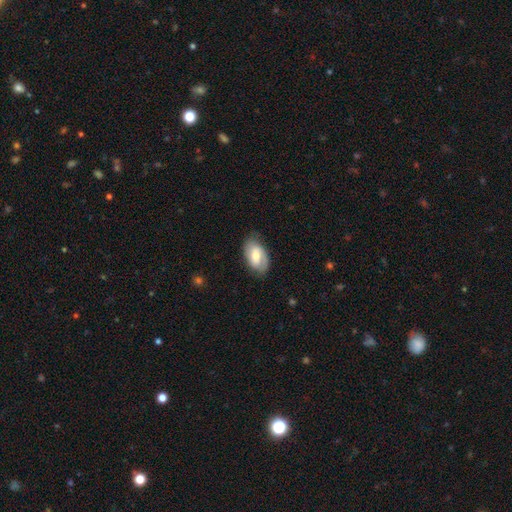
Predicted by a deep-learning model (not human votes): Smooth or featured? featured or disk (50%)
Edge-on disk? no (94%)
Merging? none (74%)